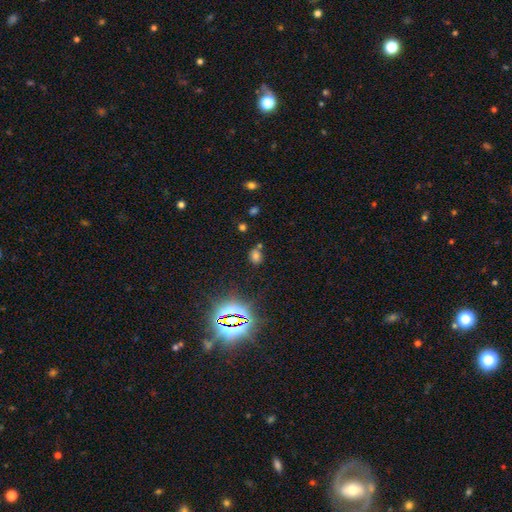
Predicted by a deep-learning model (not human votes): smooth-or-featured: smooth: 61% | star or artifact: 31% | featured or disk: 9%
  how-rounded: in between: 52% | round: 46% | cigar-shaped: 2%
  merging: none: 66% | merger: 17% | minor disturbance: 13% | major disturbance: 5%